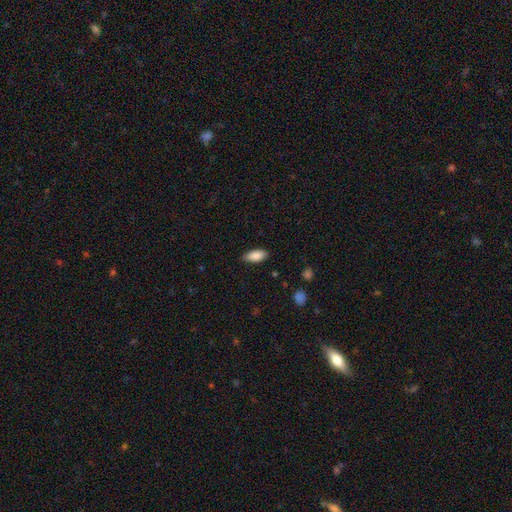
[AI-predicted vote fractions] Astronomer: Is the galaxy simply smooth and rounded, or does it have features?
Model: smooth — 87%.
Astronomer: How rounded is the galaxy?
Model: in between — 88%.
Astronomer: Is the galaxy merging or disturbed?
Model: none — 84%.